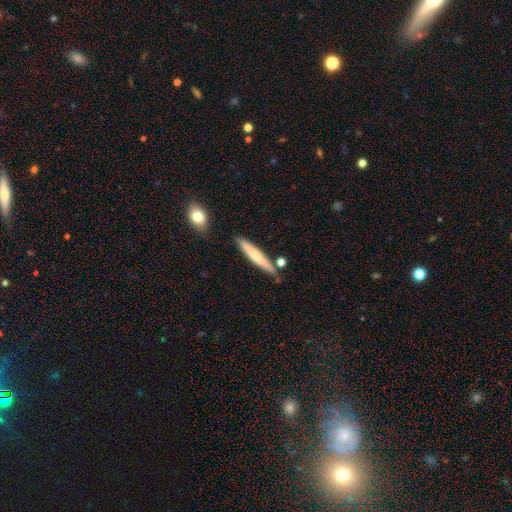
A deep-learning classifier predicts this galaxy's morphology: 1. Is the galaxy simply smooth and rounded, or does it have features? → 59% smooth, 35% featured or disk, 6% star or artifact.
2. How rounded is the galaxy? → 92% cigar-shaped, 7% in between, 1% round.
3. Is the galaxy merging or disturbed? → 79% none, 13% minor disturbance, 6% merger, 2% major disturbance.